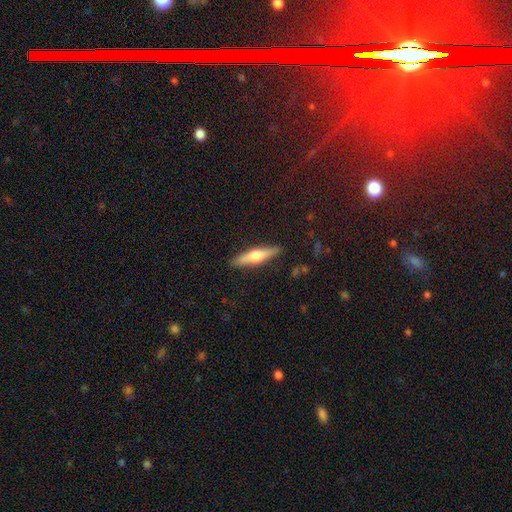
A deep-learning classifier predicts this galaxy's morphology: featured or disk 48%, smooth 46%, star or artifact 6%. Down the decision tree: merging — none (89%).